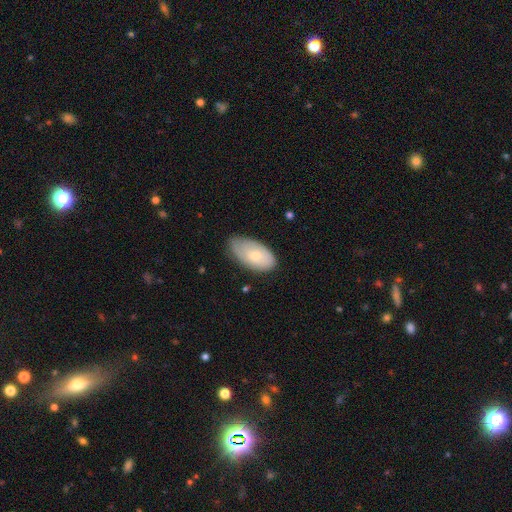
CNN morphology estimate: type=smooth (68%); roundness=in between (95%); merging=none (62%).